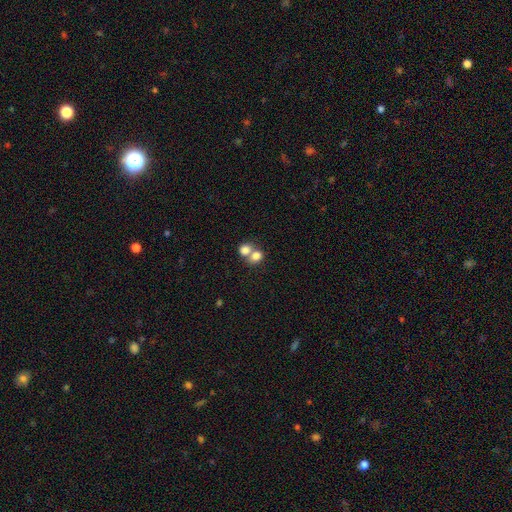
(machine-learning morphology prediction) Overall: smooth (78%). How rounded: round (61%; in between 38%). Merging: merger (62%; none 29%).